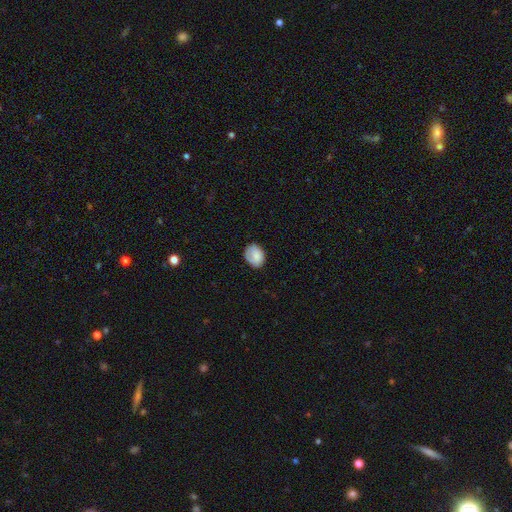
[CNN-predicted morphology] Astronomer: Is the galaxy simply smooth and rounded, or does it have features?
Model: smooth — 81%.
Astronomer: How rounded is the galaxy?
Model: in between — 62%.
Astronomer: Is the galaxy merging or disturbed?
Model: none — 70%.